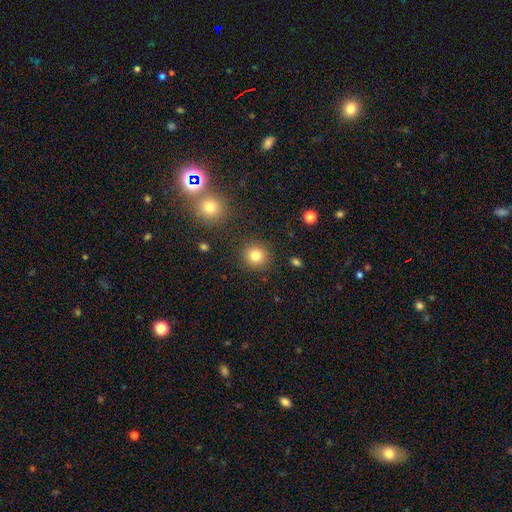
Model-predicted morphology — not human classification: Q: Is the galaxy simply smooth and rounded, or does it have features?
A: smooth — 82%.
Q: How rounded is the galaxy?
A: round — 90%.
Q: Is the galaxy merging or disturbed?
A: none — 89%.